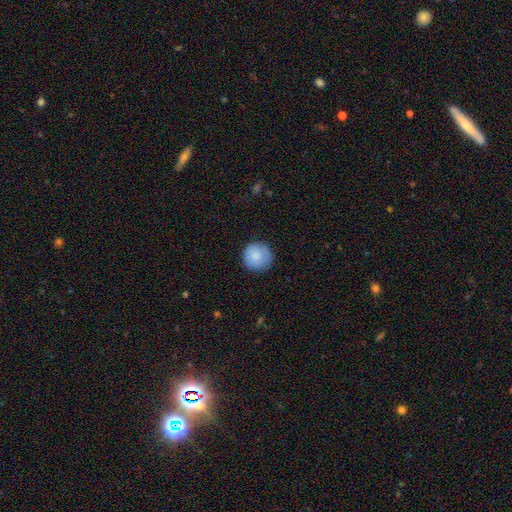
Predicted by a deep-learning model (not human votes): Smooth or featured? smooth (84%)
How rounded? round (95%)
Merging? none (86%)